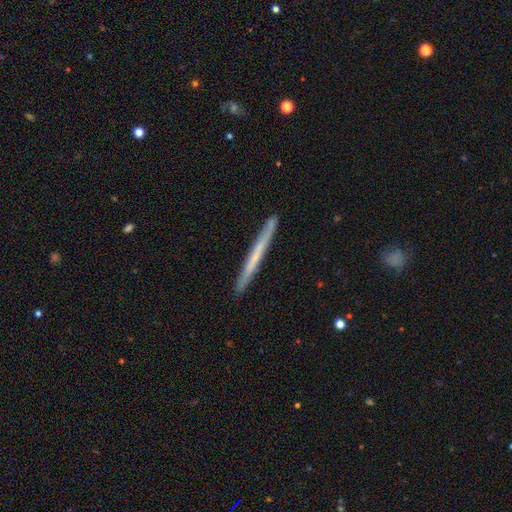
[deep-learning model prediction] Overall: smooth (50%; featured or disk 45%). Merging: none (91%).